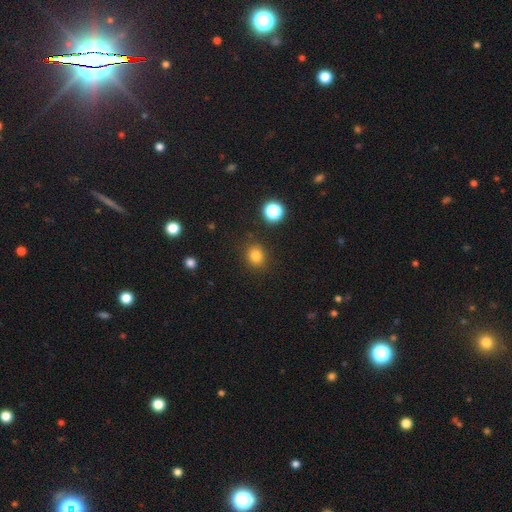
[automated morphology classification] smooth 81%, star or artifact 14%, featured or disk 5%. Down the decision tree: how rounded — round (78%); merging — none (87%).